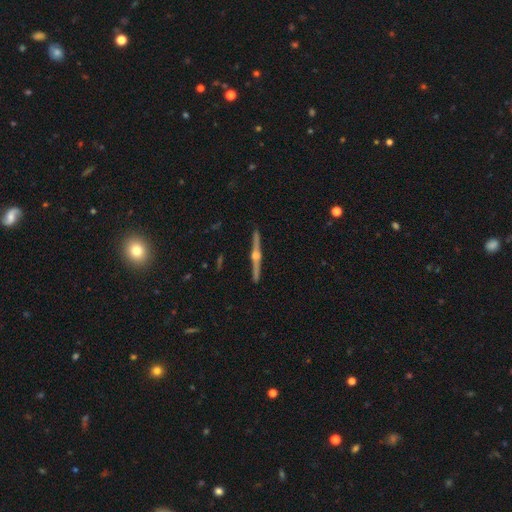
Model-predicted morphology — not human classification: Smooth or featured? featured or disk (87%)
Edge-on disk? yes (98%)
Edge-on bulge? rounded (94%)
Merging? none (92%)